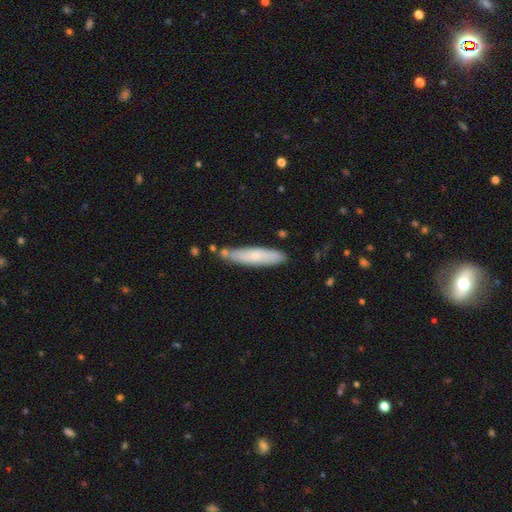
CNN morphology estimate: The model was most divided on "smooth or featured": smooth: 67%, featured or disk: 27%, star or artifact: 6%. More confident: how rounded — cigar-shaped (81%); merging — none (74%).